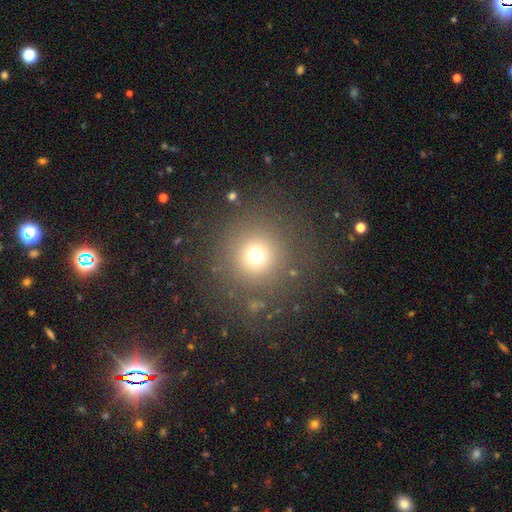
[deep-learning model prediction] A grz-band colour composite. It shows a smooth galaxy with no disk features (70%) that is round (95%). Merging: none (84%).